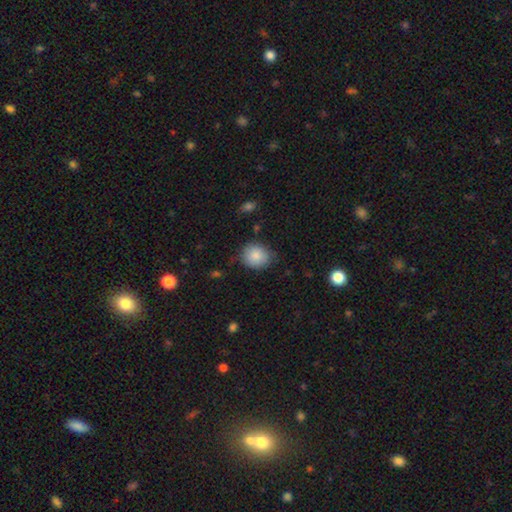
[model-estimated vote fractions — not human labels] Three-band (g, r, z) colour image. It shows a smooth galaxy with no disk features (85%) that is round (74%). Merging: none (74%).